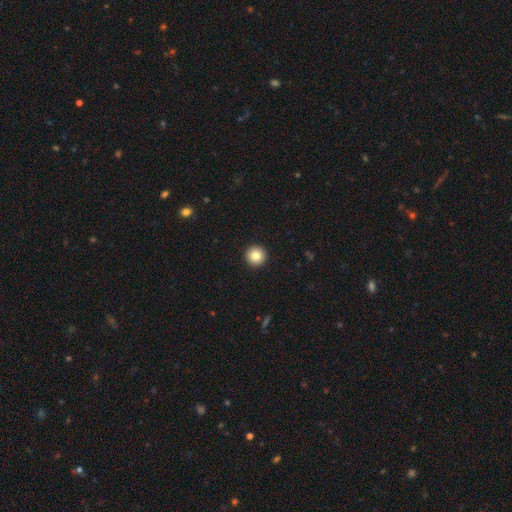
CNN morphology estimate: This is clearly a smooth galaxy (83%). How rounded: clearly round (97%). Merging: clearly none (94%).